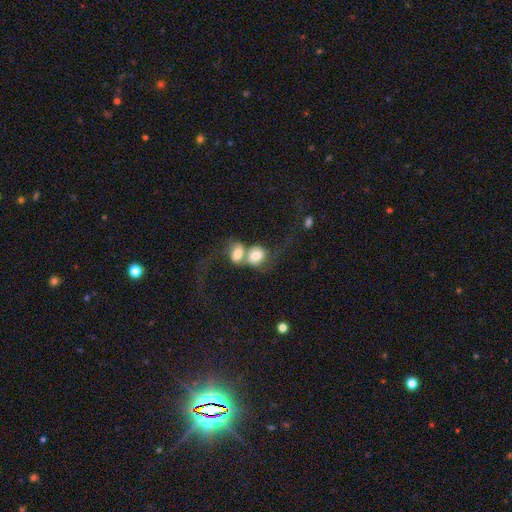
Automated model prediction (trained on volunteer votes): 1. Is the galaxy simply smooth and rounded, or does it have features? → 61% smooth, 29% featured or disk, 9% star or artifact.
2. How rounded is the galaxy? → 57% round, 42% in between, 2% cigar-shaped.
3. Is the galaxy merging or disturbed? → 76% merger, 11% none, 9% major disturbance, 5% minor disturbance.